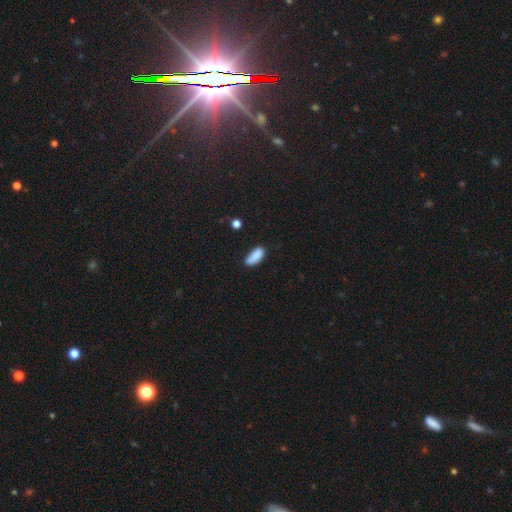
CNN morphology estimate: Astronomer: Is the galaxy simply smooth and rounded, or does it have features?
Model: smooth — 85%.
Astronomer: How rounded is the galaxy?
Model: in between — 78%.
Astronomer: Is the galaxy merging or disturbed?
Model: none — 59%.